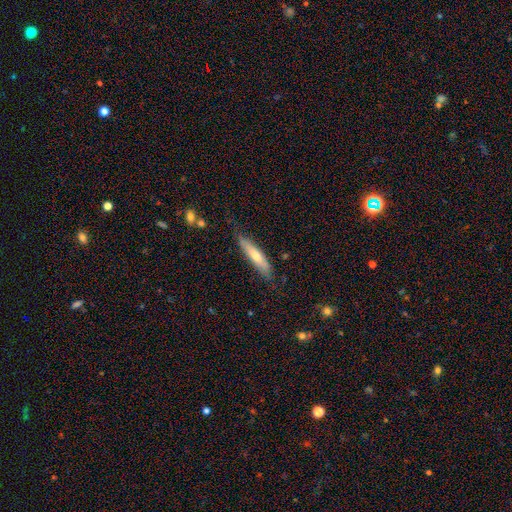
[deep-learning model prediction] Smooth or featured? smooth (57%)
How rounded? cigar-shaped (84%)
Merging? none (76%)